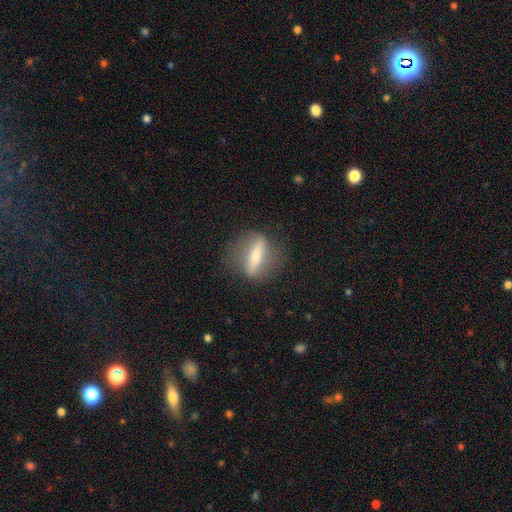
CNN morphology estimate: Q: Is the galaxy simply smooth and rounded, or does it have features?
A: featured or disk — 60%.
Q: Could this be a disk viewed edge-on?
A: yes — 56%.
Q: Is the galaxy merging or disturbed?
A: none — 82%.